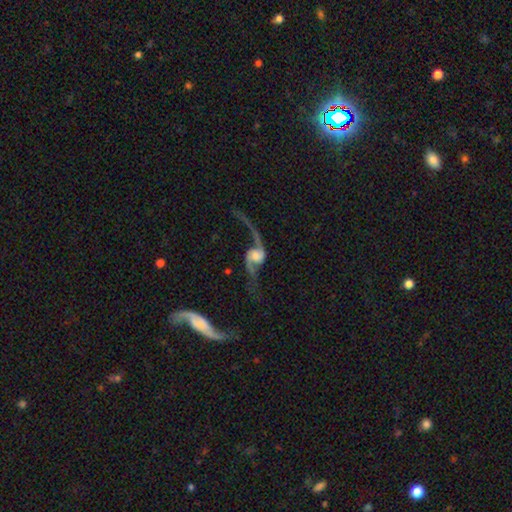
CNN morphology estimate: Smooth or featured? Predicted: featured or disk (p=0.89). Edge-on disk? Predicted: no (p=0.95). Bar? Predicted: no (p=0.56). Spiral arms? Predicted: yes (p=0.96). Spiral winding? Predicted: loose (p=0.91). Spiral arm count? Predicted: 2 (p=0.93). Bulge size? Predicted: moderate (p=0.41). Merging? Predicted: none (p=0.59).